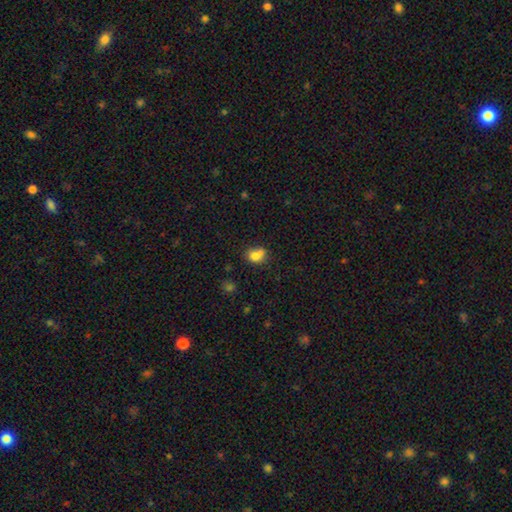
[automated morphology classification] Smooth or featured? Predicted: smooth (p=0.78). How rounded? Predicted: in between (p=0.52). Merging? Predicted: none (p=0.43).